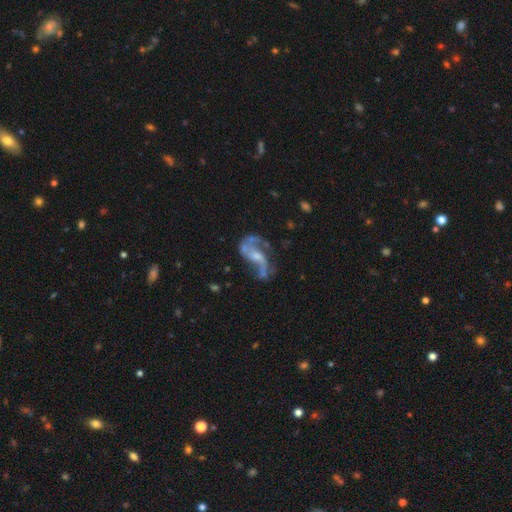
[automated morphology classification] Smooth or featured?
  - featured or disk: 82% *
  - smooth: 10%
  - star or artifact: 8%
Edge-on disk?
  - no: 96% *
  - yes: 4%
Bar?
  - no: 47% *
  - weak: 39%
  - strong: 14%
Spiral arms?
  - yes: 87% *
  - no: 13%
Spiral winding?
  - loose: 68% *
  - medium: 26%
  - tight: 6%
Spiral arm count?
  - 2: 84% *
  - 1: 6%
  - can't tell: 5%
  - 3: 2%
  - 4: 1%
  - more than 4: 1%
Bulge size?
  - small: 43% *
  - moderate: 36%
  - none: 16%
  - large: 4%
  - dominant: 1%
Merging?
  - none: 43% *
  - major disturbance: 28%
  - minor disturbance: 20%
  - merger: 9%